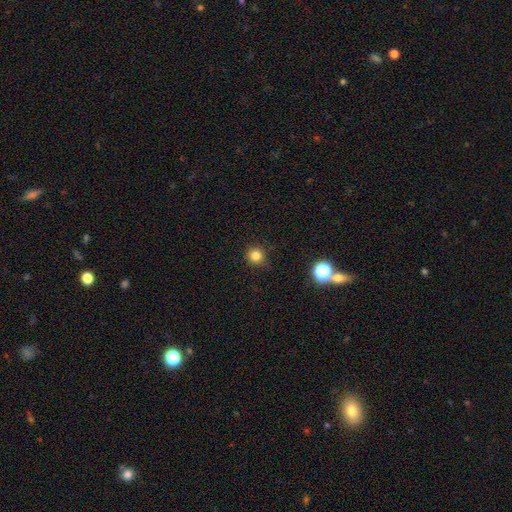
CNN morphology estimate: smooth 81%, star or artifact 14%, featured or disk 5%. Down the decision tree: how rounded — round (94%); merging — none (85%).